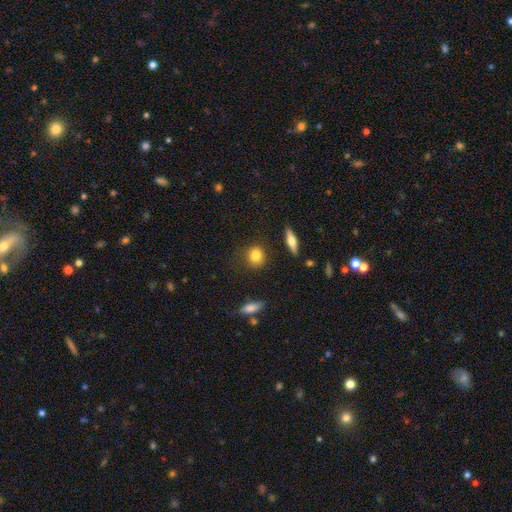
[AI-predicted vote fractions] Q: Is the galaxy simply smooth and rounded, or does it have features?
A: smooth — 82%.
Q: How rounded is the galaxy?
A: round — 74%.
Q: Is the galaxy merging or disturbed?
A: none — 82%.